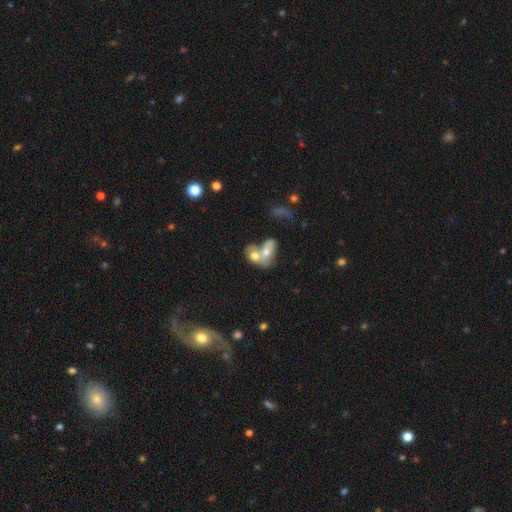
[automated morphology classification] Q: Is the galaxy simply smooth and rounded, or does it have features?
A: featured or disk — 46%.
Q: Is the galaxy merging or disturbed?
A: merger — 41%.